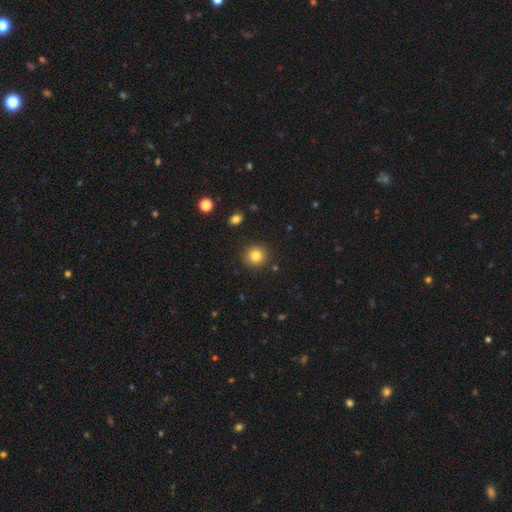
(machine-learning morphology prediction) This appears to be a smooth galaxy with no disk features (82%) that is round (91%). Merging: none (91%).